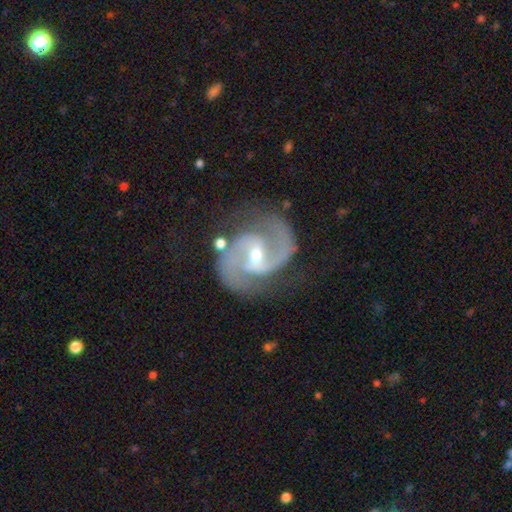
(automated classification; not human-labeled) Smooth or featured? featured or disk (93%)
Edge-on disk? no (98%)
Bar? weak (49%)
Spiral arms? yes (98%)
Spiral winding? medium (65%)
Spiral arm count? 2 (93%)
Bulge size? moderate (55%)
Merging? none (77%)